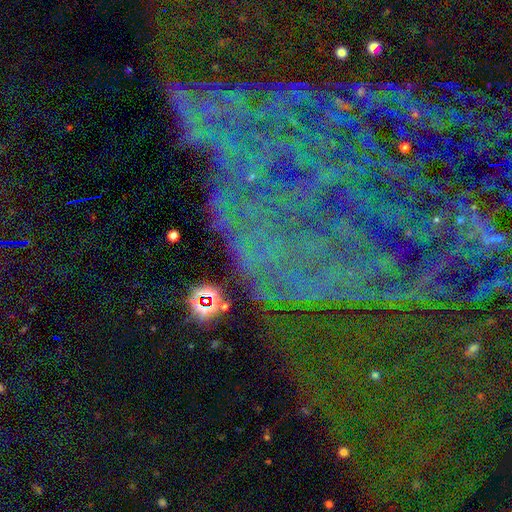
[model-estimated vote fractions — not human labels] smooth-or-featured: star or artifact: 71% | featured or disk: 18% | smooth: 11%